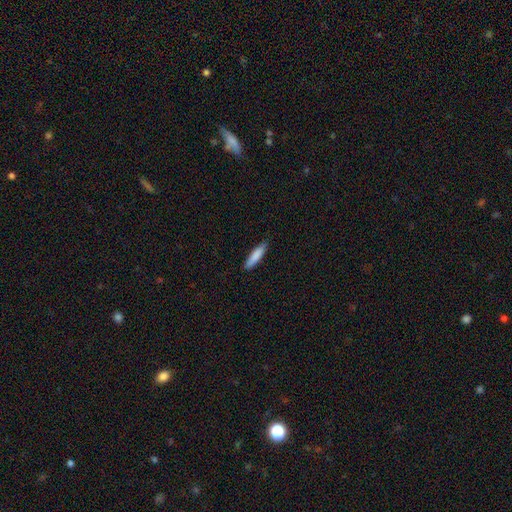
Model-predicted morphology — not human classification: The model was most divided on "how rounded": cigar-shaped: 81%, in between: 18%, round: 1%. More confident: merging — none (86%); smooth or featured — smooth (84%).